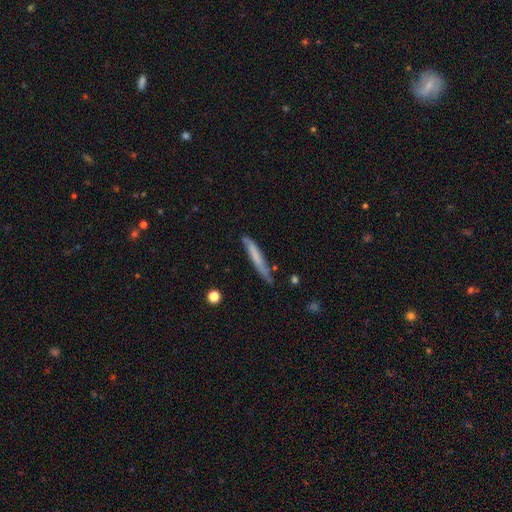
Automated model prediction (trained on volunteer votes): smooth-or-featured: smooth: 62% | featured or disk: 32% | star or artifact: 6%
  how-rounded: cigar-shaped: 95% | in between: 4% | round: 1%
  merging: none: 73% | minor disturbance: 21% | major disturbance: 4% | merger: 3%